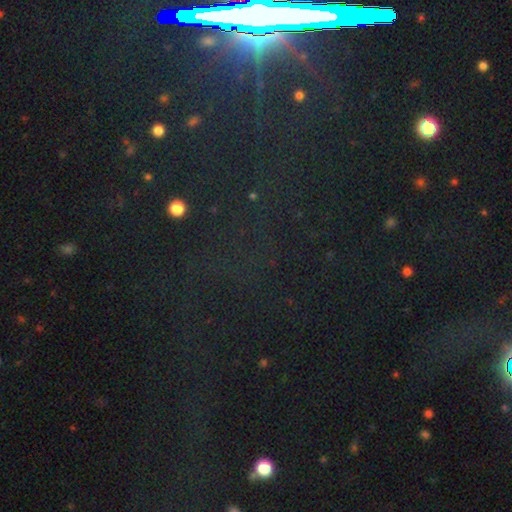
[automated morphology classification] smooth-or-featured: star or artifact: 78% | smooth: 13% | featured or disk: 8%